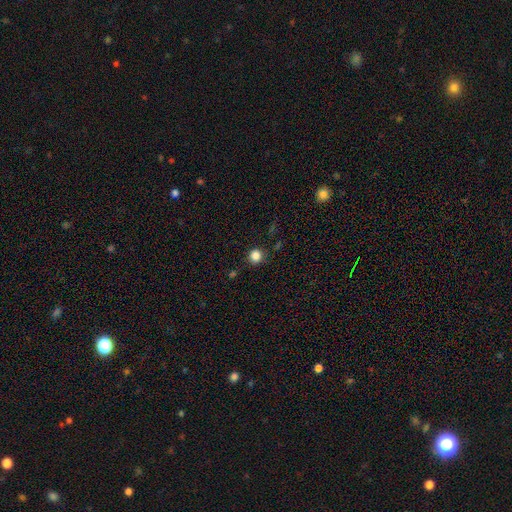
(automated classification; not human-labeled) A smooth galaxy with no disk features (84%) that is round (91%).

Vote fractions:
- Smooth or featured? smooth: 84% / star or artifact: 12% / featured or disk: 4%
- How rounded? round: 91% / in between: 8% / cigar-shaped: 1%
- Merging? none: 87% / minor disturbance: 9% / major disturbance: 3% / merger: 2%